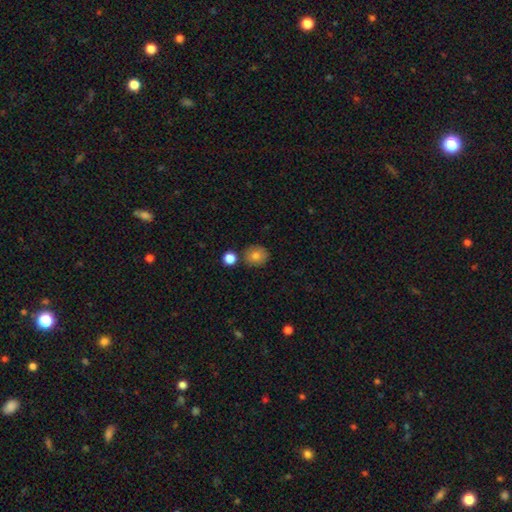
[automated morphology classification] A smooth galaxy with no disk features (82%) that is round (81%).

Vote fractions:
- Smooth or featured? smooth: 82% / star or artifact: 10% / featured or disk: 9%
- How rounded? round: 81% / in between: 18% / cigar-shaped: 1%
- Merging? none: 80% / minor disturbance: 10% / merger: 8% / major disturbance: 2%